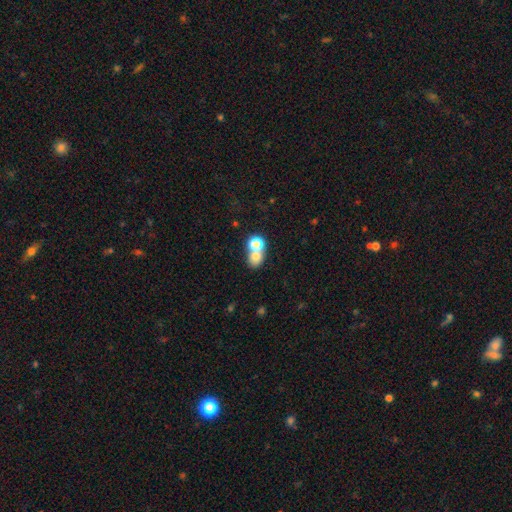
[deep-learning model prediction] Morphology: type=smooth (72%); roundness=round (55%); merging=merger (54%).